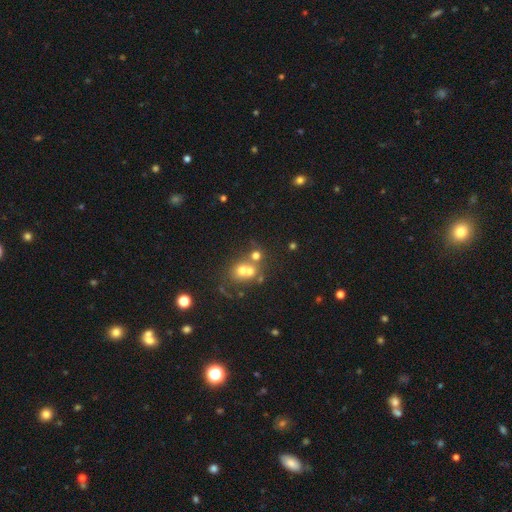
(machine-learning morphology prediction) A smooth galaxy with no disk features (59%) that is round (78%).

Vote fractions:
- Smooth or featured? smooth: 59% / featured or disk: 21% / star or artifact: 19%
- How rounded? round: 78% / in between: 21% / cigar-shaped: 1%
- Merging? merger: 52% / none: 37% / minor disturbance: 7% / major disturbance: 4%